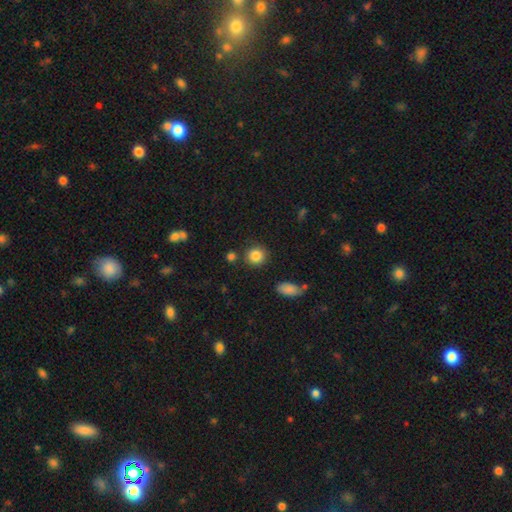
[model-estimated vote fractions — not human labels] Smooth or featured: smooth — 86% (star or artifact — 9%)
How rounded: round — 88% (in between — 10%)
Merging: none — 84% (minor disturbance — 8%)